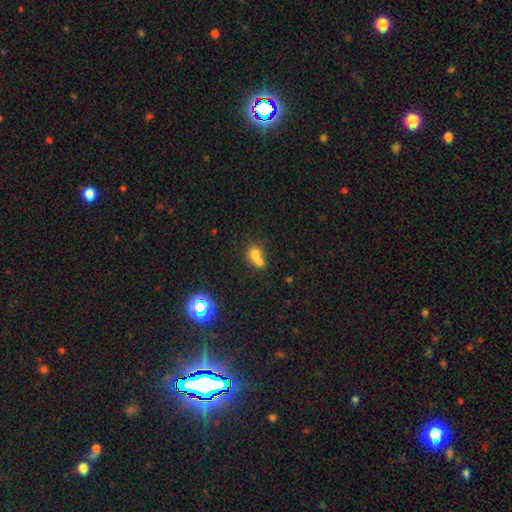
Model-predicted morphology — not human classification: This is likely a smooth galaxy (69%). How rounded: likely round (70%). Merging: likely merger (66%).